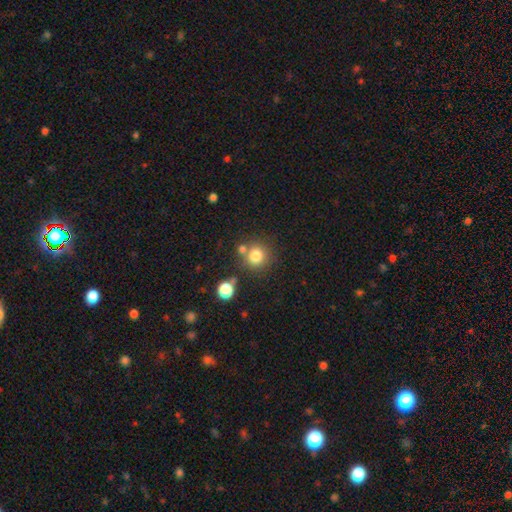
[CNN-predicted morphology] Smooth or featured? Predicted: smooth (p=0.79). How rounded? Predicted: round (p=0.91). Merging? Predicted: none (p=0.69).